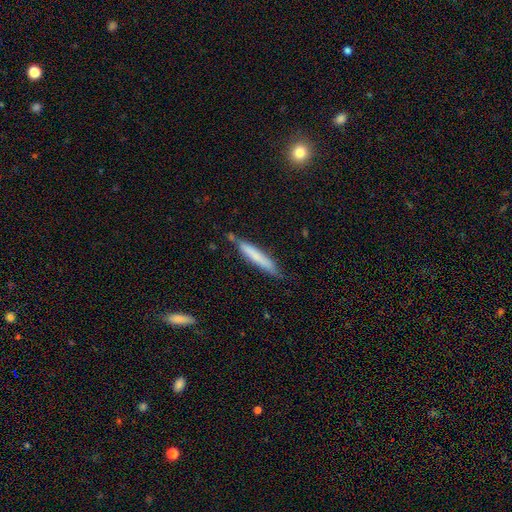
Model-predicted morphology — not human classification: Overall: smooth (70%). How rounded: cigar-shaped (93%). Merging: none (74%).